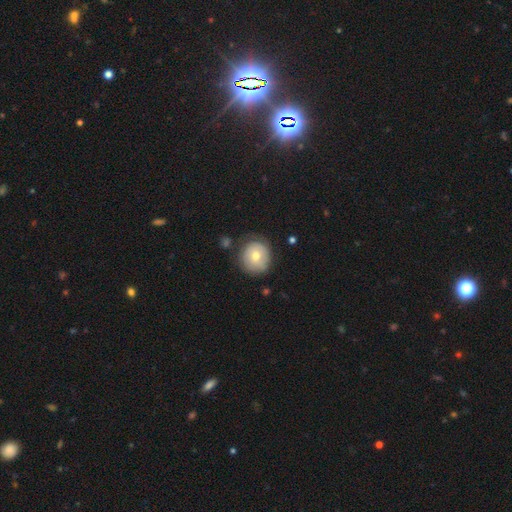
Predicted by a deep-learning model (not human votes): Q: Smooth or featured?
A: smooth (64%); runner-up: featured or disk (28%)
Q: How rounded?
A: round (90%); runner-up: in between (9%)
Q: Merging?
A: none (75%); runner-up: minor disturbance (18%)